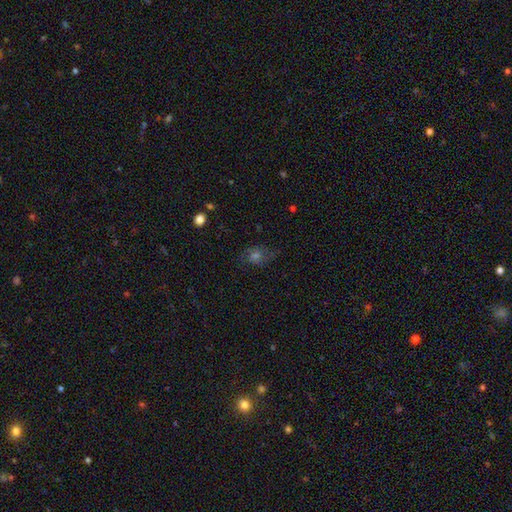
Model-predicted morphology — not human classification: This is marginally a featured or disk galaxy (42%). Merging: likely none (71%).